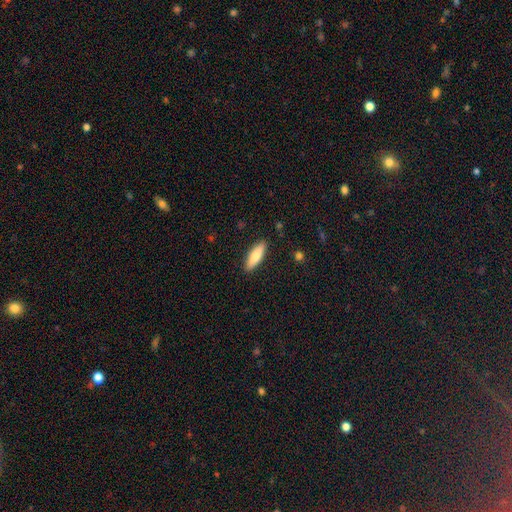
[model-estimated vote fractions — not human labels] smooth-or-featured: smooth: 78% | featured or disk: 17% | star or artifact: 6%
  how-rounded: cigar-shaped: 50% | in between: 49% | round: 2%
  merging: none: 89% | minor disturbance: 8% | major disturbance: 2% | merger: 1%